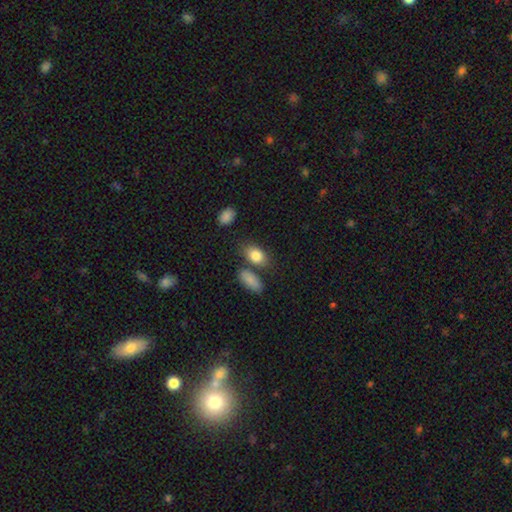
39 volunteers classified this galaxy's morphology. Smooth or featured? smooth (77%)
How rounded? in between (90%)
Merging? none (60%)